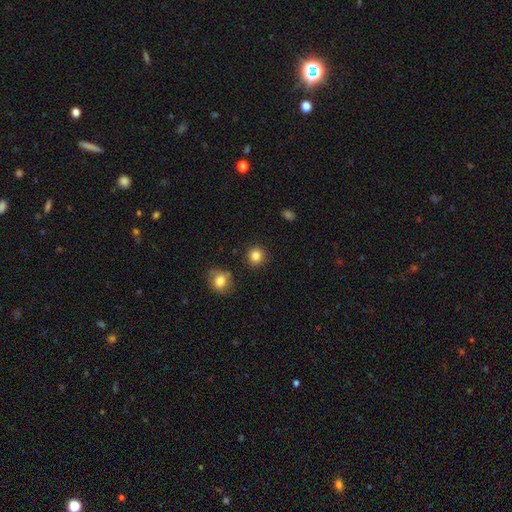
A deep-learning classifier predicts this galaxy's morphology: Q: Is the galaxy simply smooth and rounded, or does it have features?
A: smooth — 84%.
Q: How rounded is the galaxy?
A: round — 92%.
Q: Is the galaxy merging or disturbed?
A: none — 90%.